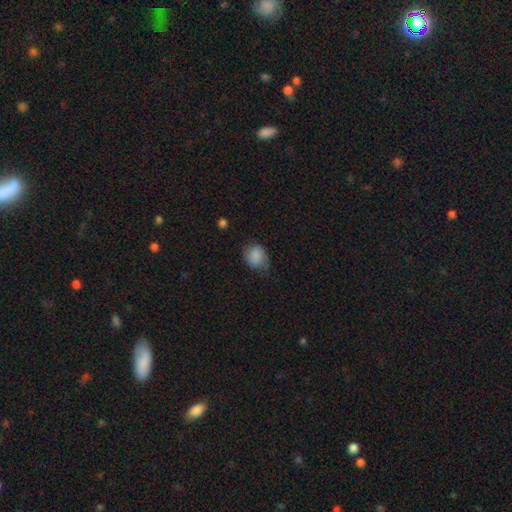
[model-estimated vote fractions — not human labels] A smooth galaxy with no disk features (80%) that is round (50%).

Vote fractions:
- Smooth or featured? smooth: 80% / featured or disk: 12% / star or artifact: 8%
- How rounded? round: 50% / in between: 49% / cigar-shaped: 1%
- Merging? none: 56% / minor disturbance: 32% / major disturbance: 10% / merger: 1%